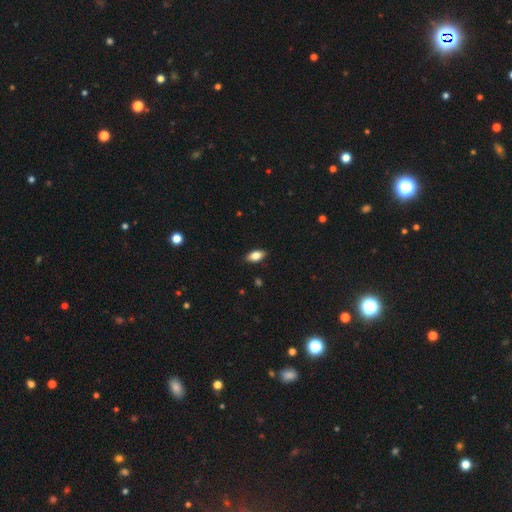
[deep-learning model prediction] This appears to be a smooth galaxy with no disk features (81%) that is in between round and cigar-shaped (90%). Merging: none (88%).